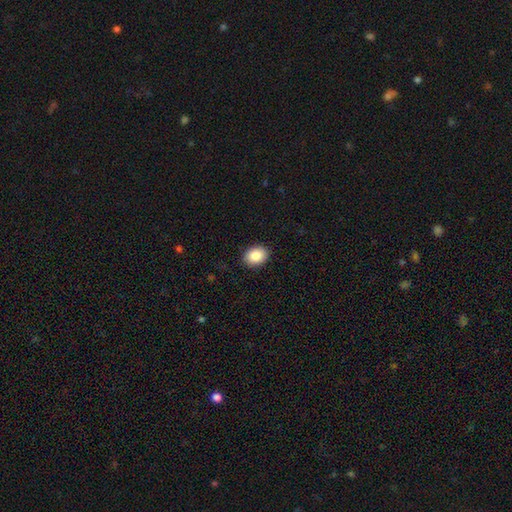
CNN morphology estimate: Q: Smooth or featured?
A: smooth (88%); runner-up: star or artifact (8%)
Q: How rounded?
A: in between (65%); runner-up: round (35%)
Q: Merging?
A: none (90%); runner-up: minor disturbance (7%)